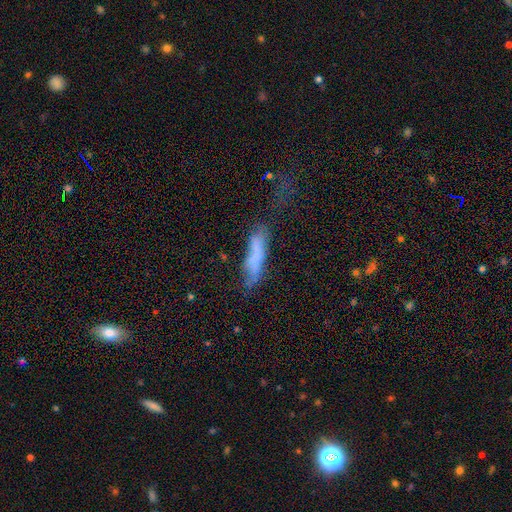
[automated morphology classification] A smooth galaxy with no disk features (61%) that is cigar-shaped (74%).

Vote fractions:
- Smooth or featured? smooth: 61% / featured or disk: 28% / star or artifact: 11%
- How rounded? cigar-shaped: 74% / in between: 24% / round: 2%
- Merging? none: 39% / minor disturbance: 28% / major disturbance: 25% / merger: 7%